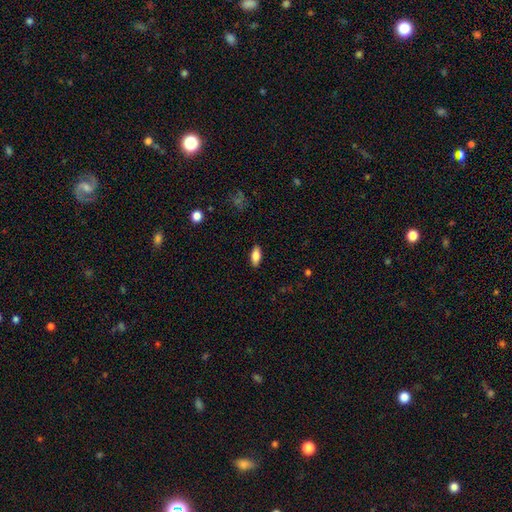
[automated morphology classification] The model was most divided on "smooth or featured": smooth: 81%, featured or disk: 12%, star or artifact: 7%. More confident: merging — none (89%); how rounded — in between (86%).